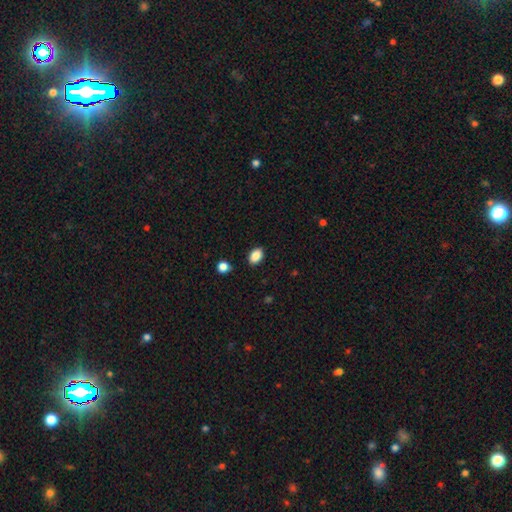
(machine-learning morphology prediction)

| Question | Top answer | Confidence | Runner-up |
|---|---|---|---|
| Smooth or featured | smooth | 87% | star or artifact (9%) |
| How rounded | in between | 86% | round (13%) |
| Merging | none | 87% | minor disturbance (9%) |